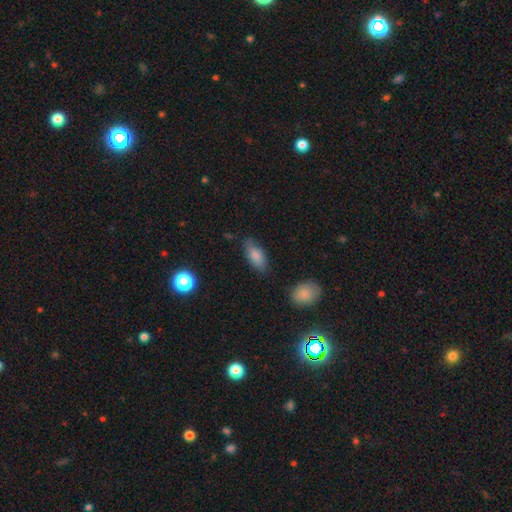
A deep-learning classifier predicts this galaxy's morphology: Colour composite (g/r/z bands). It shows a smooth galaxy with no disk features (83%) that is in between round and cigar-shaped (87%). Merging: none (75%).